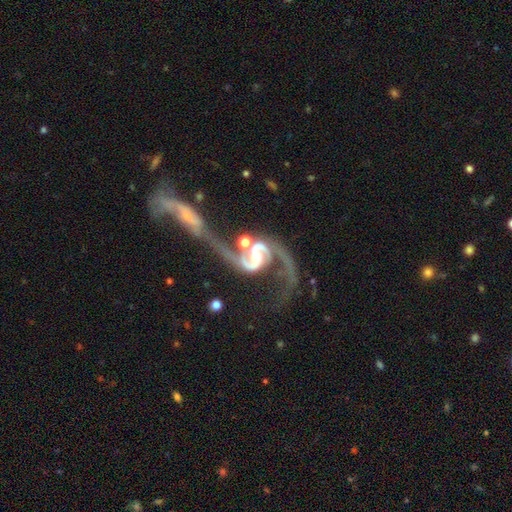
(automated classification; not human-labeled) Q: Smooth or featured?
A: featured or disk (93%); runner-up: star or artifact (4%)
Q: Edge-on disk?
A: no (98%); runner-up: yes (2%)
Q: Bar?
A: weak (39%); runner-up: strong (33%)
Q: Spiral arms?
A: yes (98%); runner-up: no (2%)
Q: Spiral winding?
A: loose (54%); runner-up: medium (36%)
Q: Spiral arm count?
A: 2 (94%); runner-up: 1 (1%)
Q: Bulge size?
A: moderate (43%); runner-up: small (32%)
Q: Merging?
A: merger (34%); runner-up: none (31%)